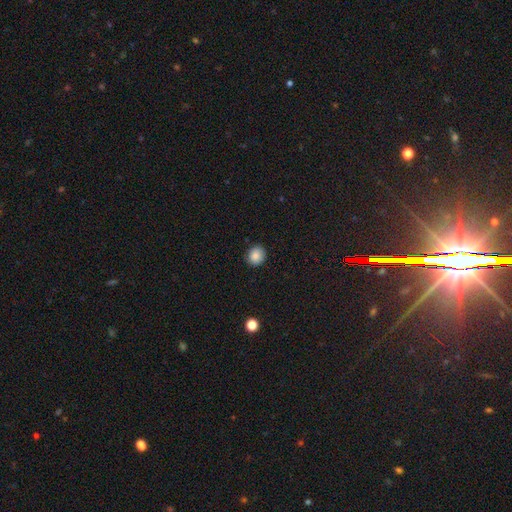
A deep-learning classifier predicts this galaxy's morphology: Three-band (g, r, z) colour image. It shows a smooth galaxy with no disk features (86%) that is round (80%). Merging: none (89%).